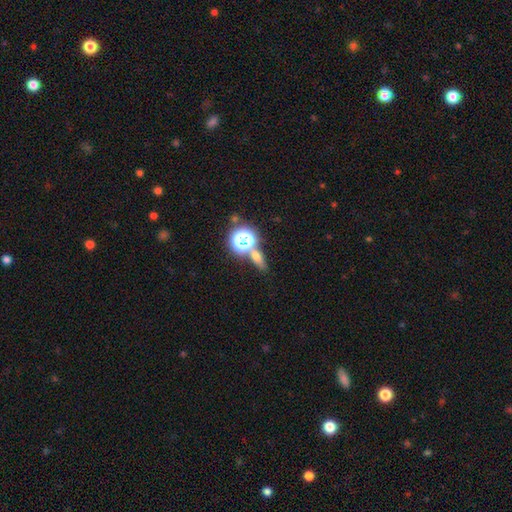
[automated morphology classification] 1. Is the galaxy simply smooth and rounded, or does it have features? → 54% smooth, 32% star or artifact, 14% featured or disk.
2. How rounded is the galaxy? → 48% in between, 36% round, 15% cigar-shaped.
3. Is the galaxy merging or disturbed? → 66% none, 19% merger, 10% minor disturbance, 5% major disturbance.